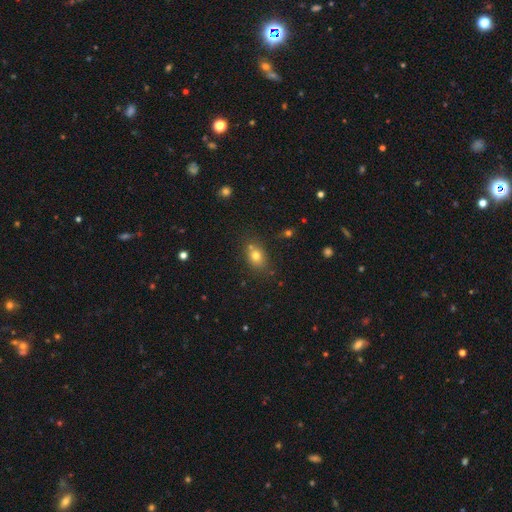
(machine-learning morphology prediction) This appears to be a smooth galaxy with no disk features (73%) that is in between round and cigar-shaped (64%). Merging: none (71%).